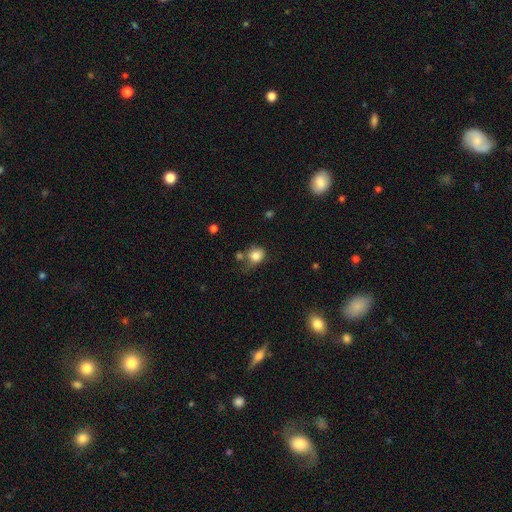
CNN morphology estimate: smooth_or_featured: smooth (p=0.82) [alt: star or artifact p=0.10]
how_rounded: round (p=0.72) [alt: in between p=0.27]
merging: none (p=0.46) [alt: minor disturbance p=0.26]